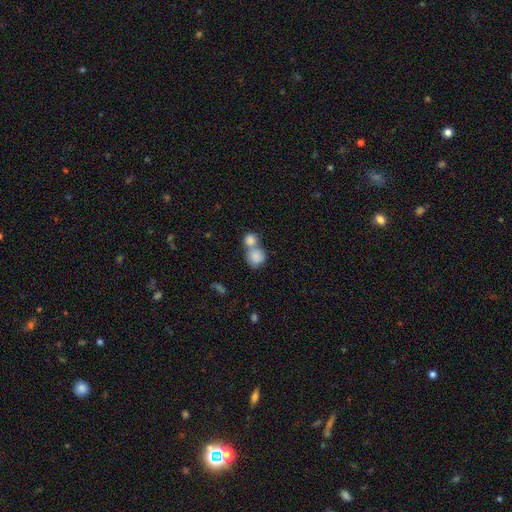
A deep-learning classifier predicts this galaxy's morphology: type=smooth (84%); roundness=round (78%); merging=merger (64%).